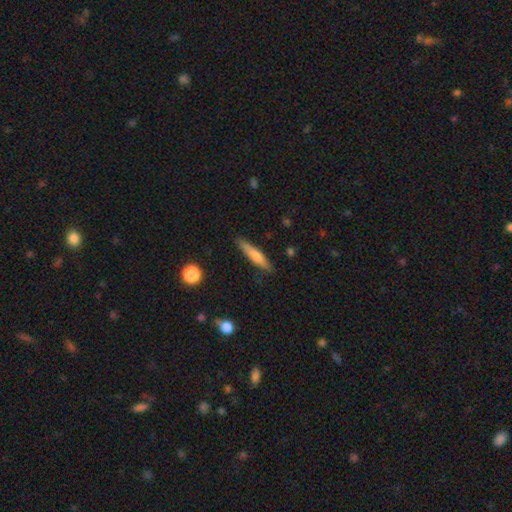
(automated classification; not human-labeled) Overall: smooth (64%; featured or disk 29%). How rounded: cigar-shaped (89%). Merging: none (86%).